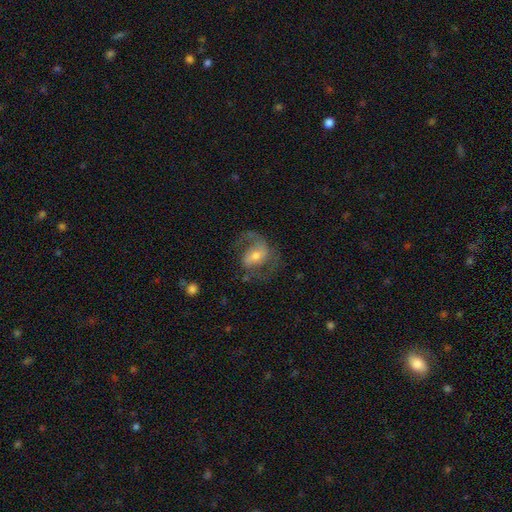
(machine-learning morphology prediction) type=featured or disk (73%); edge-on=no (97%); bar=weak (43%); spiral arms=yes (89%); winding=medium (51%); arm count=2 (78%); bulge=moderate (54%); merging=none (59%).